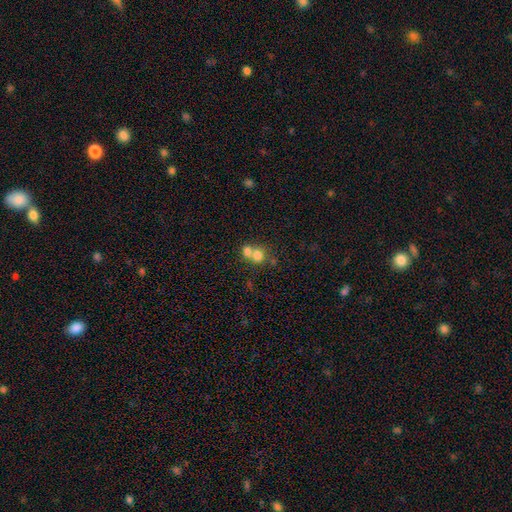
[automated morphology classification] Smooth or featured?
  - smooth: 73% *
  - featured or disk: 15%
  - star or artifact: 11%
How rounded?
  - round: 76% *
  - in between: 23%
  - cigar-shaped: 1%
Merging?
  - merger: 63% *
  - none: 29%
  - minor disturbance: 5%
  - major disturbance: 3%